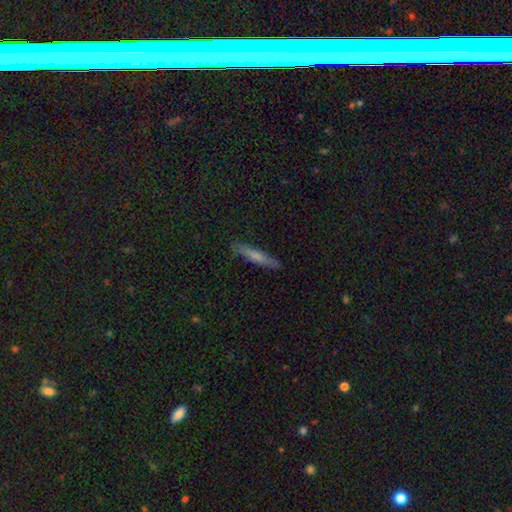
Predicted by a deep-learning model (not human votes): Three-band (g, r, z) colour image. It shows a smooth galaxy with no disk features (63%) that is cigar-shaped (92%). Merging: none (86%).